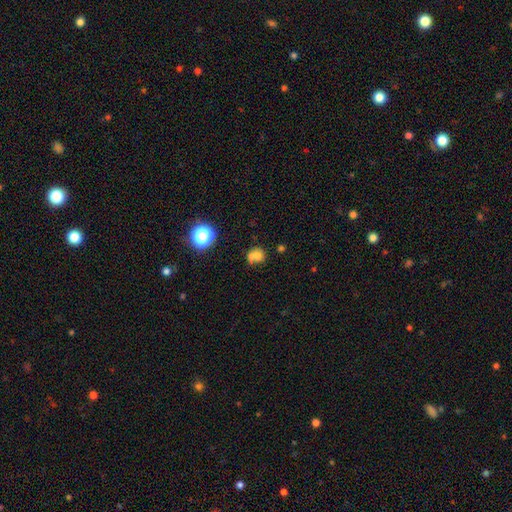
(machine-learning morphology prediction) Smooth or featured?
  - smooth: 66% *
  - featured or disk: 18%
  - star or artifact: 16%
How rounded?
  - round: 74% *
  - in between: 24%
  - cigar-shaped: 1%
Merging?
  - merger: 55% *
  - none: 31%
  - minor disturbance: 8%
  - major disturbance: 6%